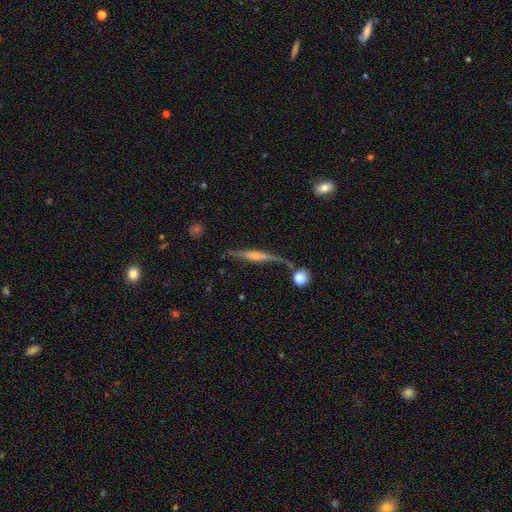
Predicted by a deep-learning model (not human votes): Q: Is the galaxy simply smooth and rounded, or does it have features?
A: featured or disk — 72%.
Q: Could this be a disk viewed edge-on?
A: yes — 93%.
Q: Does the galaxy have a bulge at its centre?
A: rounded — 58%.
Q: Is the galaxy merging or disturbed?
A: none — 67%.